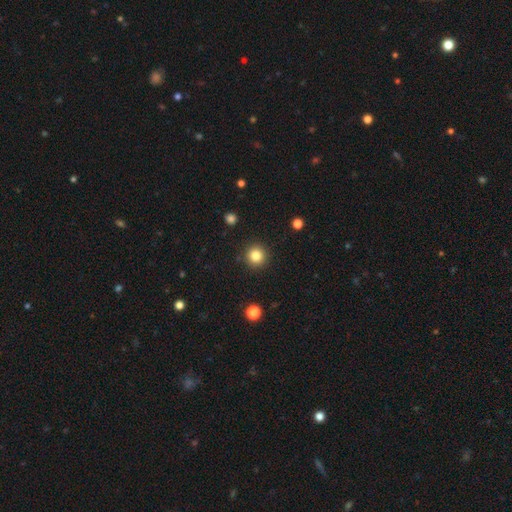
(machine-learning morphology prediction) A smooth galaxy with no disk features (84%) that is round (95%). Merging: none (91%).